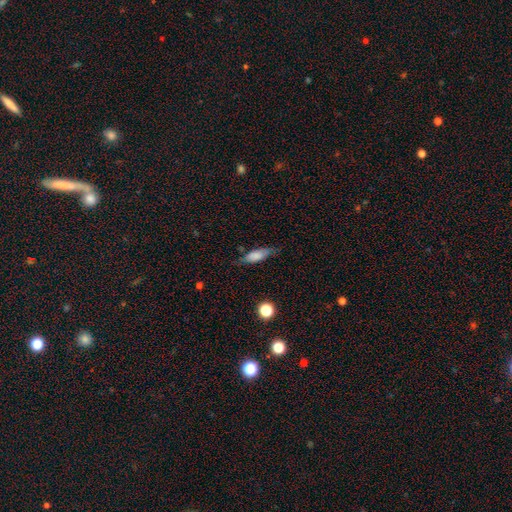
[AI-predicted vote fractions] Overall: smooth (73%). How rounded: in between (65%; cigar-shaped 32%). Merging: none (67%).